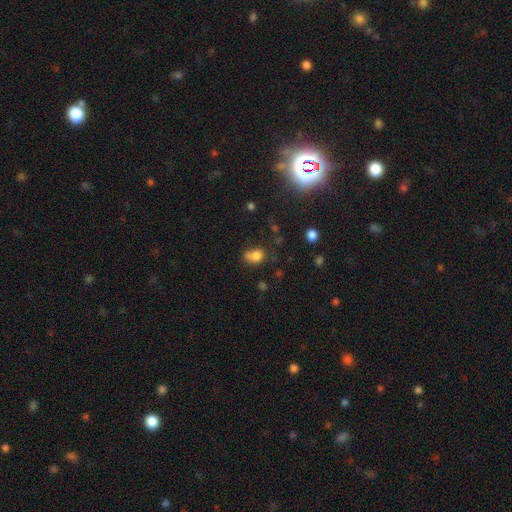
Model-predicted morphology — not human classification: smooth 78%, star or artifact 13%, featured or disk 9%. Down the decision tree: how rounded — in between (56%); merging — none (44%).